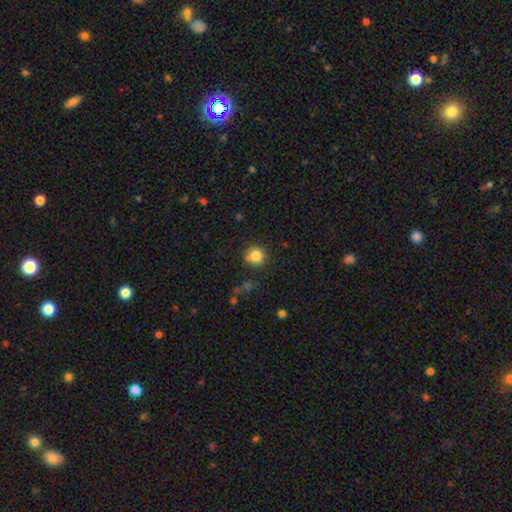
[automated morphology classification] smooth 84%, star or artifact 11%, featured or disk 5%. Down the decision tree: how rounded — round (91%); merging — none (78%).